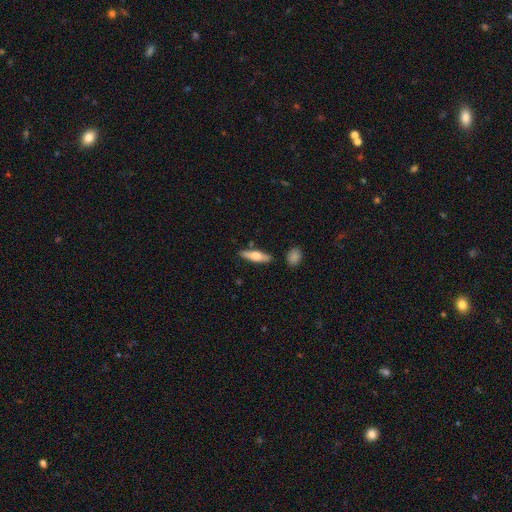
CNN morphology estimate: Overall: smooth (56%; featured or disk 38%). How rounded: cigar-shaped (60%; in between 37%). Merging: none (80%).